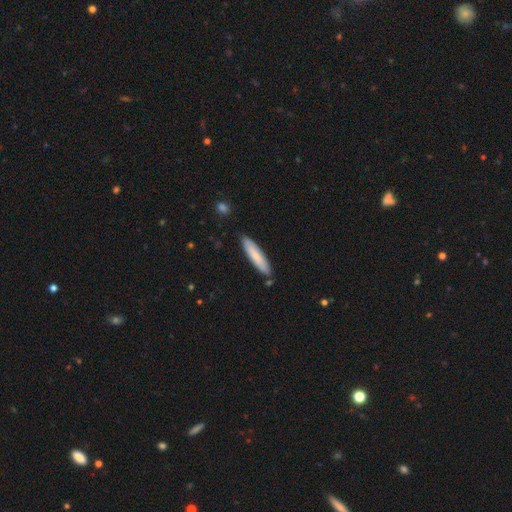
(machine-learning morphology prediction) This appears to be a smooth galaxy with no disk features (74%) that is cigar-shaped (83%). Merging: none (85%).